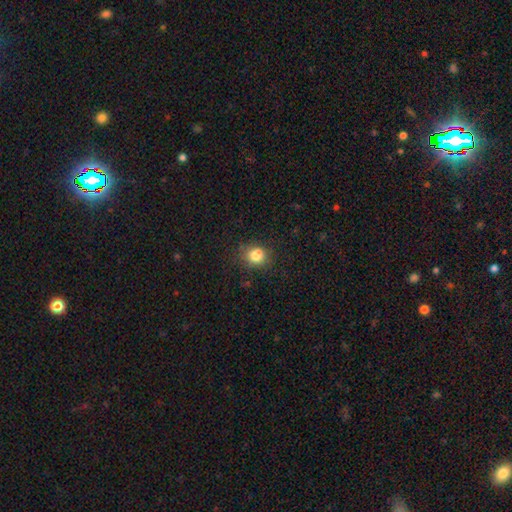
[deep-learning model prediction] smooth_or_featured: smooth (p=0.80) [alt: star or artifact p=0.12]
how_rounded: round (p=0.70) [alt: in between p=0.29]
merging: none (p=0.72) [alt: minor disturbance p=0.16]